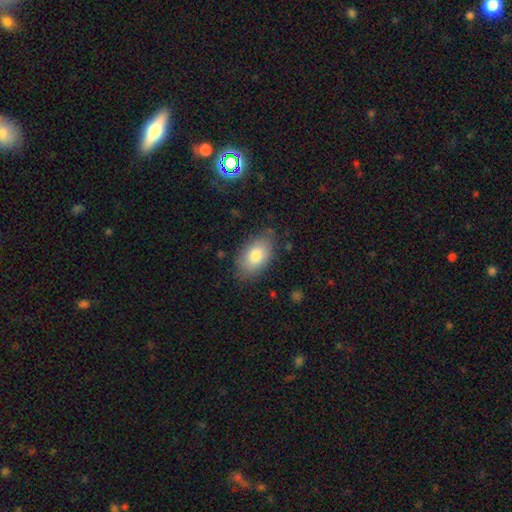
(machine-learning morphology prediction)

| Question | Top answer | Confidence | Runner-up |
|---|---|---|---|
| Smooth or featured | smooth | 80% | featured or disk (13%) |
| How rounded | in between | 91% | round (7%) |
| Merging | none | 79% | minor disturbance (16%) |